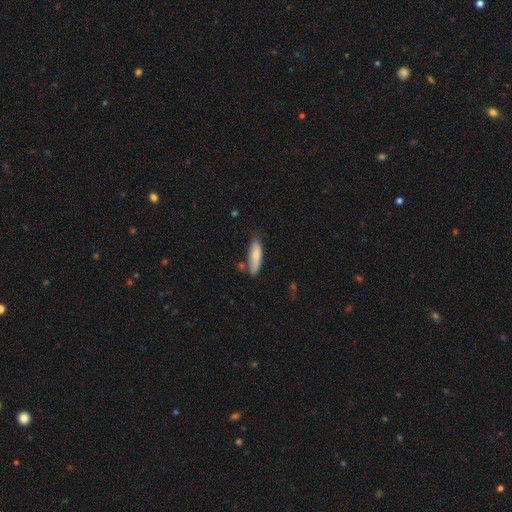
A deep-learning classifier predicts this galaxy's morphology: Overall: smooth (79%). How rounded: cigar-shaped (53%; in between 45%). Merging: none (67%).